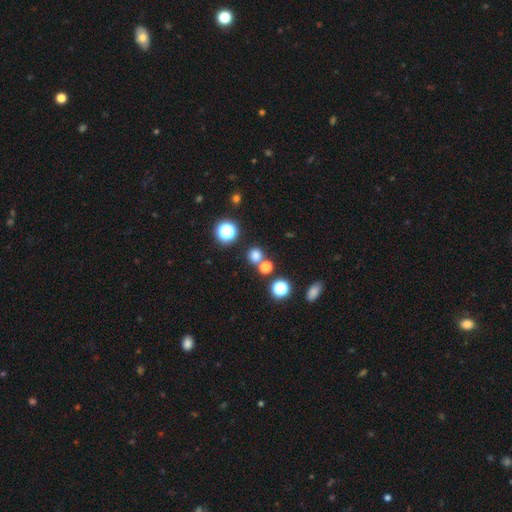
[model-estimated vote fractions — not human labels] Morphology: type=smooth (73%); roundness=round (88%); merging=none (71%).